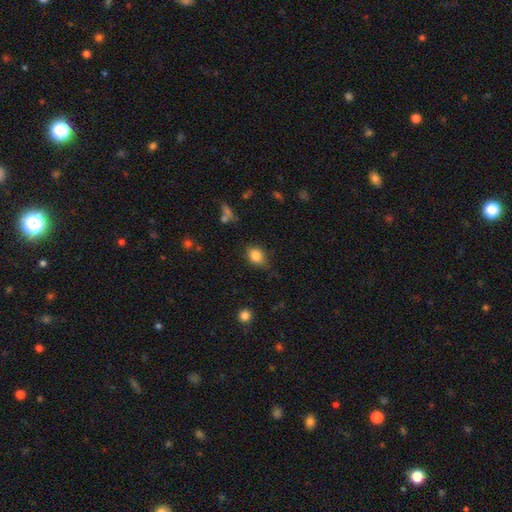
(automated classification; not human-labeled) A smooth galaxy with no disk features (84%) that is in between round and cigar-shaped (64%). Merging: none (74%).